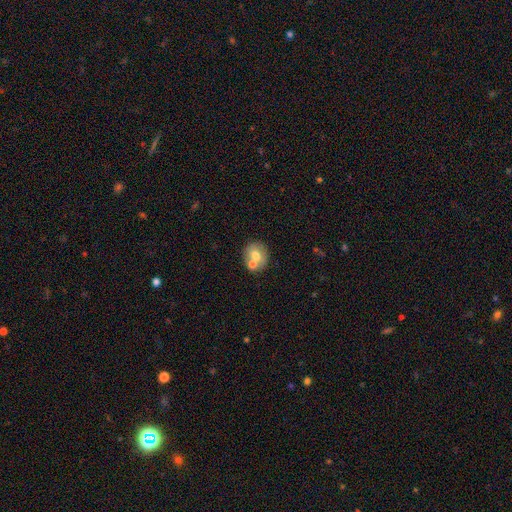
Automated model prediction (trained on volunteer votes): Q: Smooth or featured?
A: smooth (67%); runner-up: featured or disk (24%)
Q: How rounded?
A: round (78%); runner-up: in between (21%)
Q: Merging?
A: none (54%); runner-up: merger (33%)